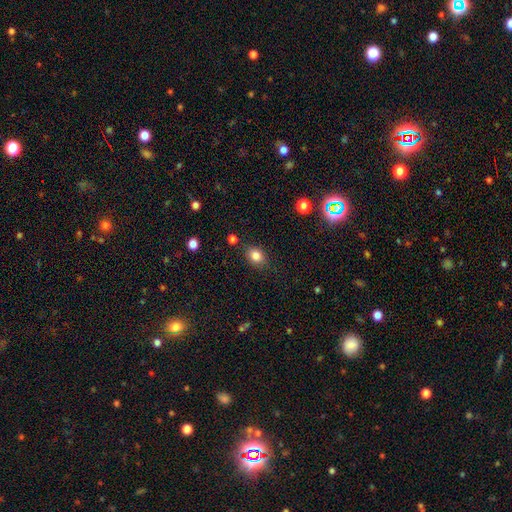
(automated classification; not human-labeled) The model was most divided on "how rounded": in between: 57%, round: 42%, cigar-shaped: 1%. More confident: smooth or featured — smooth (83%); merging — none (82%).